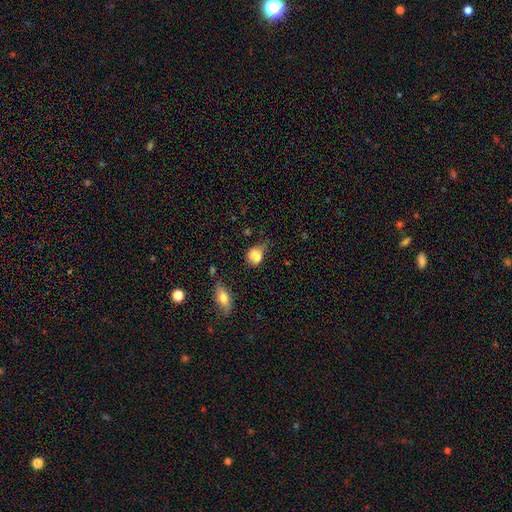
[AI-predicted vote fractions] This appears to be a smooth galaxy with no disk features (72%) that is in between round and cigar-shaped (57%). Merging: merger (35%).